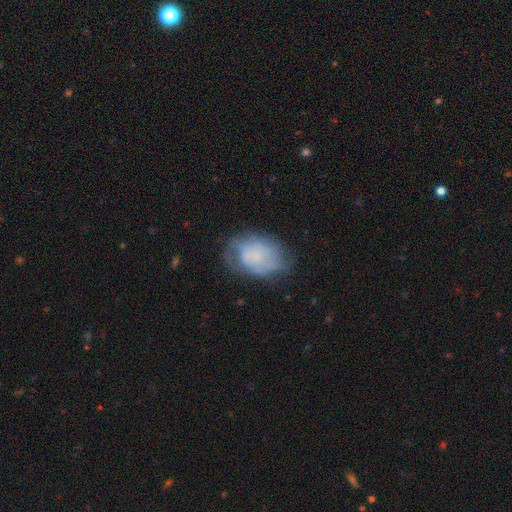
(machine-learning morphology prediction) Overall: smooth (48%; featured or disk 42%). Merging: none (52%; minor disturbance 29%).